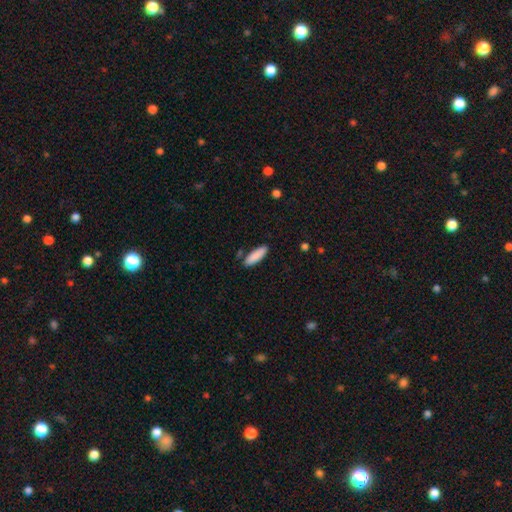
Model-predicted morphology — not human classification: This is clearly a smooth galaxy (88%). How rounded: possibly cigar-shaped (49%, tied with in between). Merging: clearly none (83%).